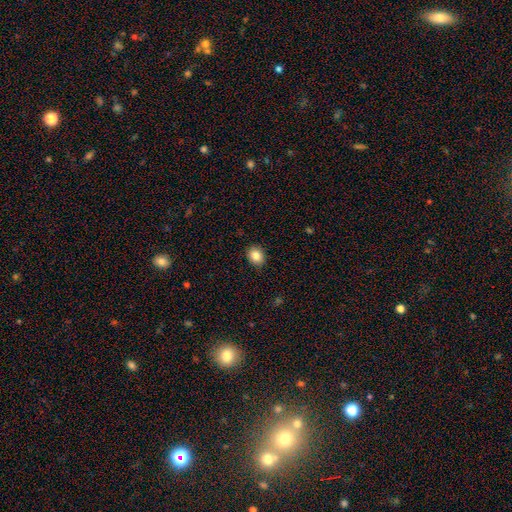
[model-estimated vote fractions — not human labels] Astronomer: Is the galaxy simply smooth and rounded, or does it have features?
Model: smooth — 84%.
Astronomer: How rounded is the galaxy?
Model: round — 55% (runner-up: in between, 44%).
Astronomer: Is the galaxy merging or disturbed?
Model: none — 89%.